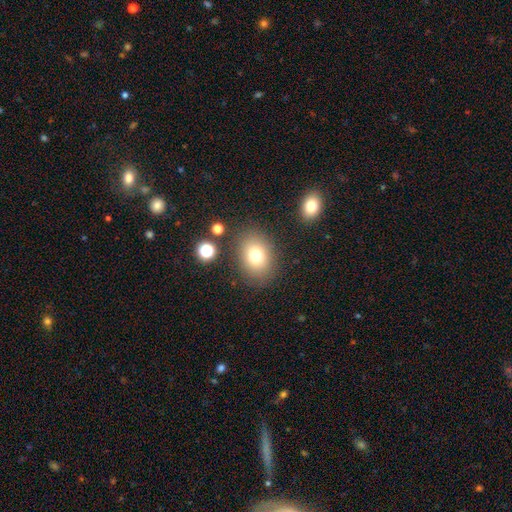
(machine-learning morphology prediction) The model was most divided on "how rounded": in between: 60%, round: 39%, cigar-shaped: 1%. More confident: merging — none (82%); smooth or featured — smooth (76%).